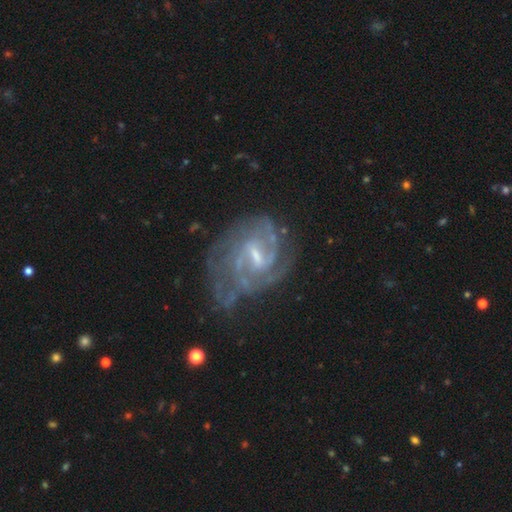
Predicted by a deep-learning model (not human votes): Smooth or featured: featured or disk — 88% (smooth — 6%)
Edge-on disk: no — 98% (yes — 2%)
Bar: weak — 61% (strong — 25%)
Spiral arms: yes — 94% (no — 6%)
Spiral winding: tight — 48% (medium — 41%)
Spiral arm count: 2 — 31% (can't tell — 30%)
Bulge size: small — 51% (moderate — 35%)
Merging: none — 56% (minor disturbance — 22%)